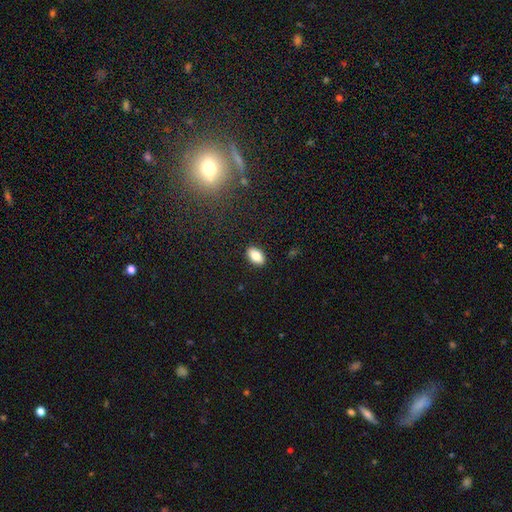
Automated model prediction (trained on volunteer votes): Smooth or featured? smooth (84%)
How rounded? in between (92%)
Merging? none (89%)